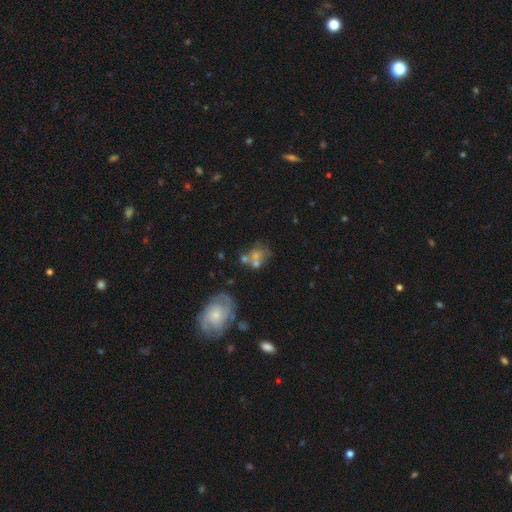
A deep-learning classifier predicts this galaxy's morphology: smooth_or_featured: featured or disk (p=0.42) [alt: smooth p=0.39]
merging: none (p=0.48) [alt: merger p=0.24]